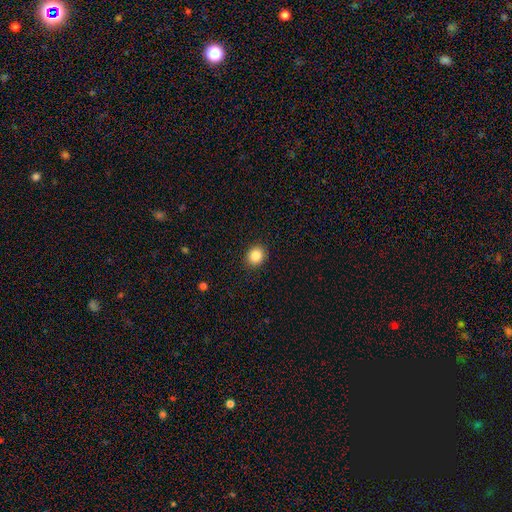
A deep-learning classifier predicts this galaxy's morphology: Smooth or featured?
  - smooth: 86% *
  - star or artifact: 10%
  - featured or disk: 4%
How rounded?
  - round: 68% *
  - in between: 31%
  - cigar-shaped: 1%
Merging?
  - none: 91% *
  - minor disturbance: 6%
  - major disturbance: 2%
  - merger: 1%